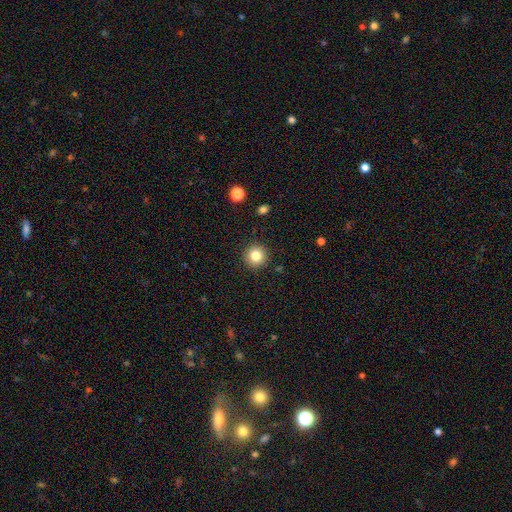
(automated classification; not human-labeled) This is clearly a smooth galaxy (82%). How rounded: clearly round (95%). Merging: clearly none (91%).